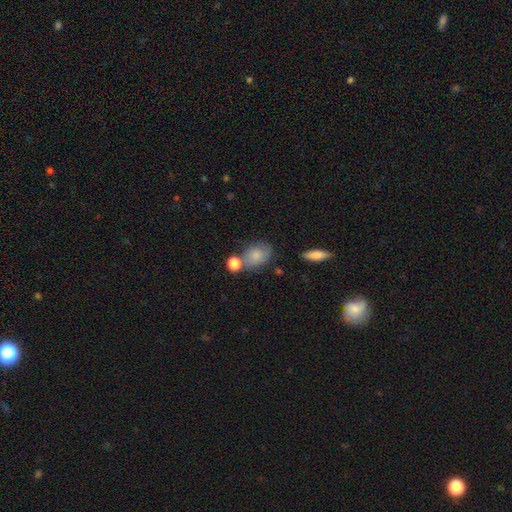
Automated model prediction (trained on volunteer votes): smooth_or_featured: smooth (p=0.77) [alt: featured or disk p=0.14]
how_rounded: in between (p=0.67) [alt: round p=0.32]
merging: none (p=0.56) [alt: minor disturbance p=0.20]